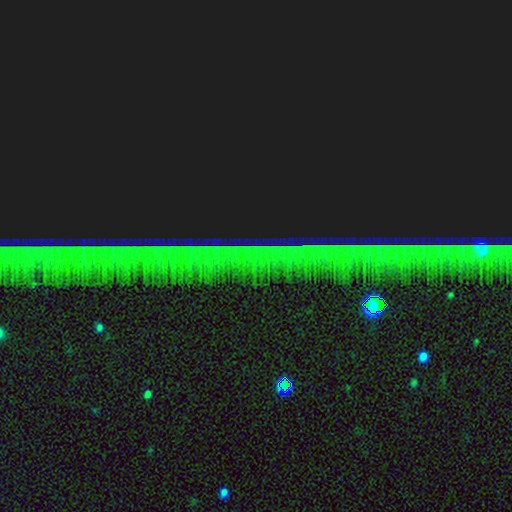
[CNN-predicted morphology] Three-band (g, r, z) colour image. It shows a star or artifact, not a galaxy (87%).